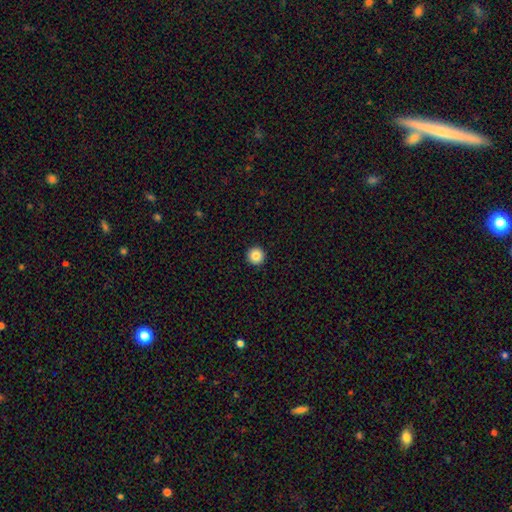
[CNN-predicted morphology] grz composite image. It shows a smooth galaxy with no disk features (85%) that is round (97%). Merging: none (94%).